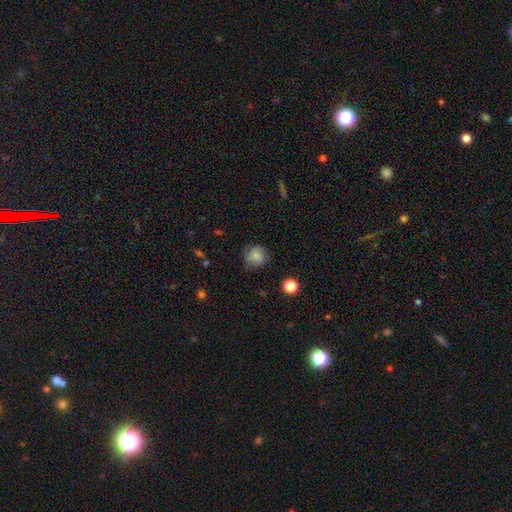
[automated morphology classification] Smooth or featured: smooth — 76% (featured or disk — 14%)
How rounded: round — 82% (in between — 17%)
Merging: none — 66% (minor disturbance — 24%)